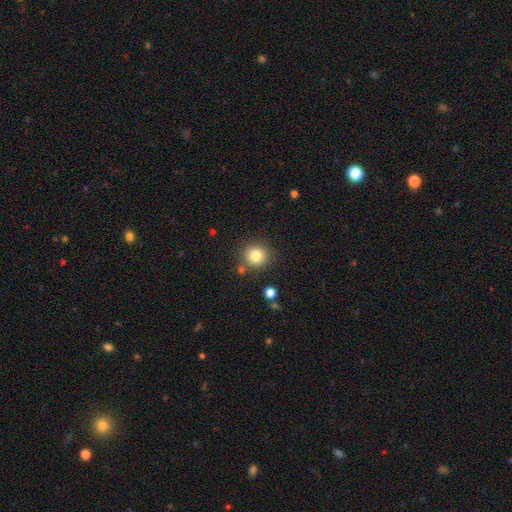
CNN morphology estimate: Smooth or featured? smooth (82%)
How rounded? round (91%)
Merging? none (82%)